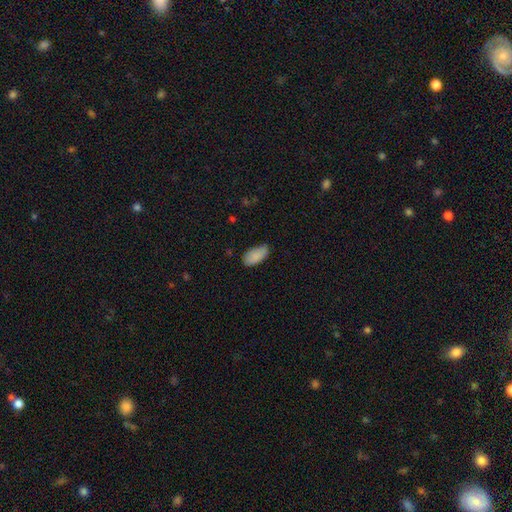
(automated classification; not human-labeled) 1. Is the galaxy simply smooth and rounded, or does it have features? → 88% smooth, 6% star or artifact, 5% featured or disk.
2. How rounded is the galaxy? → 94% in between, 4% cigar-shaped, 2% round.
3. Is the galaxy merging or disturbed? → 72% none, 23% minor disturbance, 3% major disturbance, 1% merger.